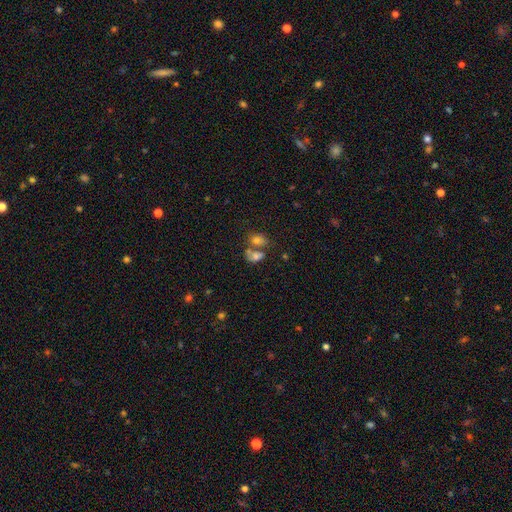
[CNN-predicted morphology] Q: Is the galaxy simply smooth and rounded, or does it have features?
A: smooth — 66%.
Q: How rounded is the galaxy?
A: in between — 78%.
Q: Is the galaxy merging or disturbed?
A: merger — 58%.